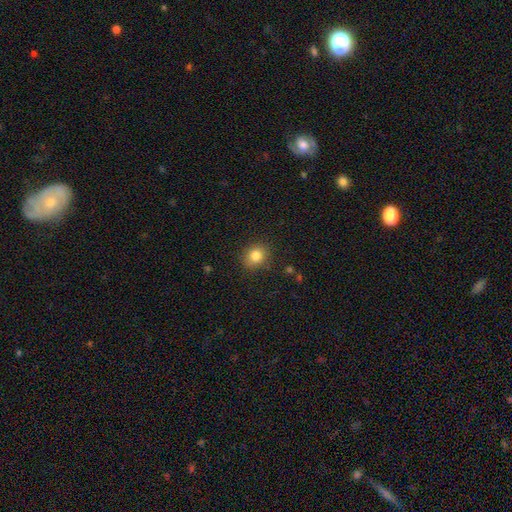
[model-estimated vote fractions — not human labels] A smooth galaxy with no disk features (83%) that is round (61%).

Vote fractions:
- Smooth or featured? smooth: 83% / star or artifact: 11% / featured or disk: 6%
- How rounded? round: 61% / in between: 38% / cigar-shaped: 1%
- Merging? none: 85% / minor disturbance: 10% / major disturbance: 3% / merger: 1%